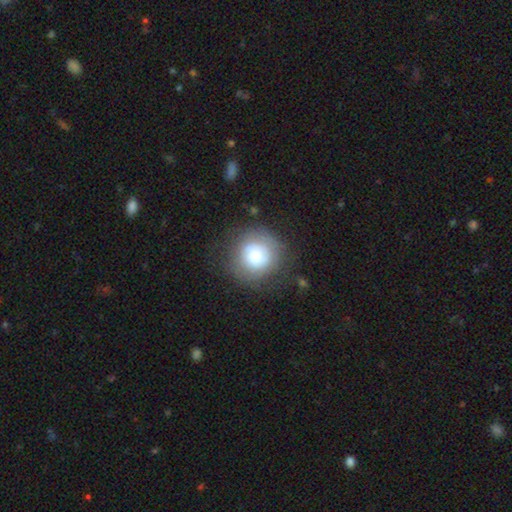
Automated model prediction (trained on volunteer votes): smooth-or-featured: smooth: 53% | featured or disk: 39% | star or artifact: 9%
  how-rounded: round: 91% | in between: 8% | cigar-shaped: 1%
  merging: none: 70% | minor disturbance: 17% | major disturbance: 11% | merger: 2%